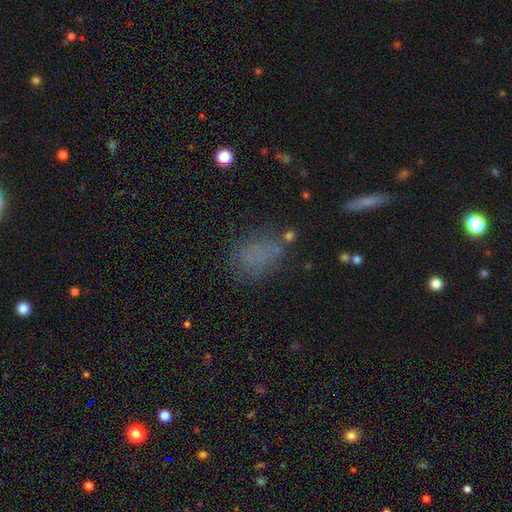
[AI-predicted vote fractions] Morphology: type=smooth (67%); roundness=in between (71%); merging=none (63%).